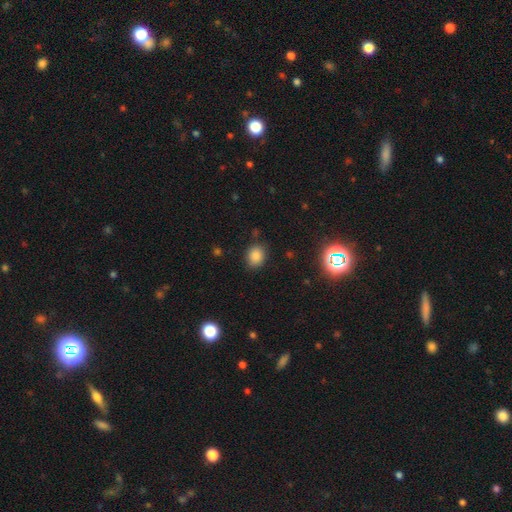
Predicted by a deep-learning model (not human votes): Smooth or featured? Predicted: smooth (p=0.83). How rounded? Predicted: round (p=0.53). Merging? Predicted: none (p=0.83).